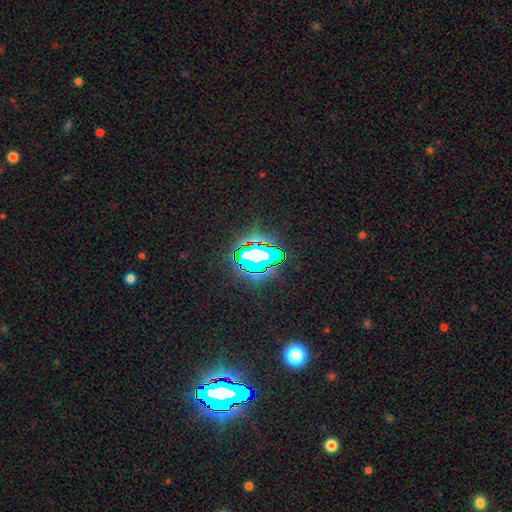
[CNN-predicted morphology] smooth_or_featured: star or artifact (p=0.73) [alt: smooth p=0.15]